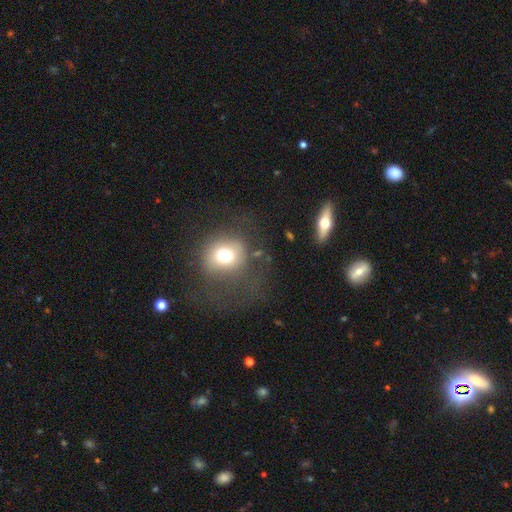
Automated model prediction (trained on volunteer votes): A smooth galaxy with no disk features (53%) that is round (81%). Merging: none (61%).